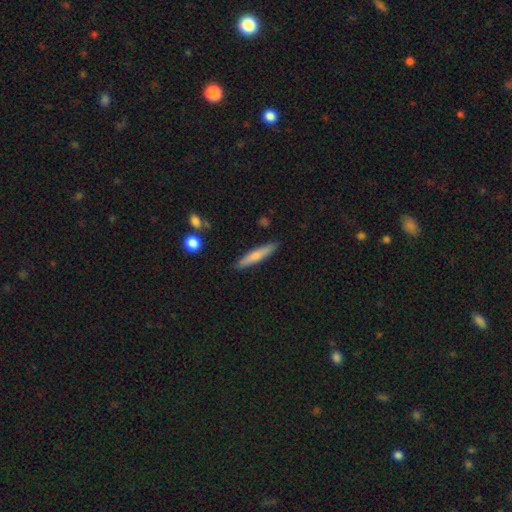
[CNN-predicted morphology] A smooth galaxy with no disk features (67%) that is cigar-shaped (89%). Merging: none (87%).